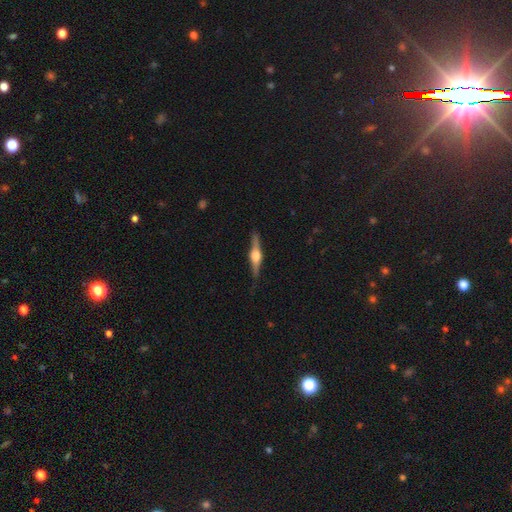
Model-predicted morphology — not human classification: Smooth or featured? featured or disk (80%)
Edge-on disk? yes (98%)
Edge-on bulge? rounded (91%)
Merging? none (87%)